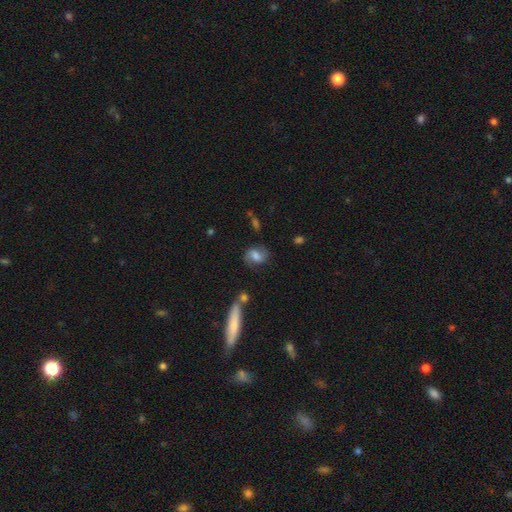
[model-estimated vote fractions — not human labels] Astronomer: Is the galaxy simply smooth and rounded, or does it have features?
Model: smooth — 52% (runner-up: featured or disk, 39%).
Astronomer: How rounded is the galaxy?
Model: in between — 60% (runner-up: round, 37%).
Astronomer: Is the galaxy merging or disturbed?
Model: none — 67%.